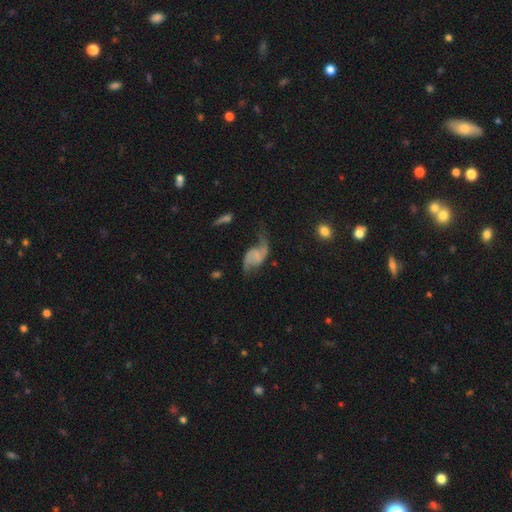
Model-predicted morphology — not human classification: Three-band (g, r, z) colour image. It shows a featured or disk galaxy (77%) with no bar (50%), 2 (89%) loose (69%) spiral arms (93%) and no central bulge (56%). Merging: none (48%).